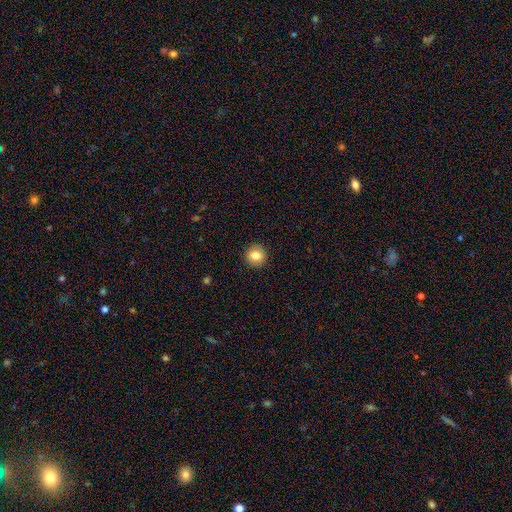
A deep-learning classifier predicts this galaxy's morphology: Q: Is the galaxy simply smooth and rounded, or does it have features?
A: smooth — 81%.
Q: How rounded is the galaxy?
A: round — 89%.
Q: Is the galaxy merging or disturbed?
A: none — 91%.